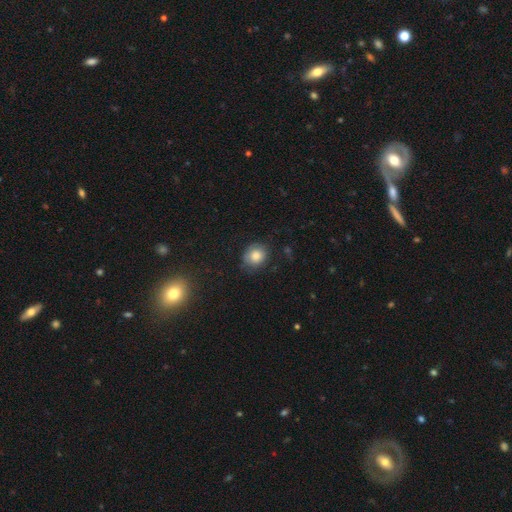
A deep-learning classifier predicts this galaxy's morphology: A smooth galaxy with no disk features (80%) that is round (70%).

Vote fractions:
- Smooth or featured? smooth: 80% / featured or disk: 11% / star or artifact: 9%
- How rounded? round: 70% / in between: 29% / cigar-shaped: 1%
- Merging? none: 72% / minor disturbance: 21% / major disturbance: 5% / merger: 1%